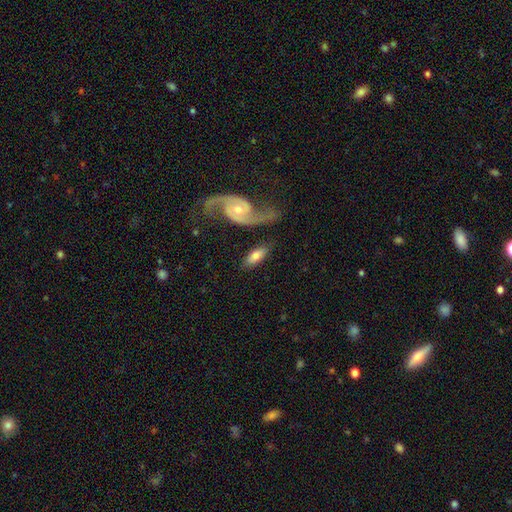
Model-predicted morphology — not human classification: type=smooth (59%); roundness=in between (85%); merging=none (65%).